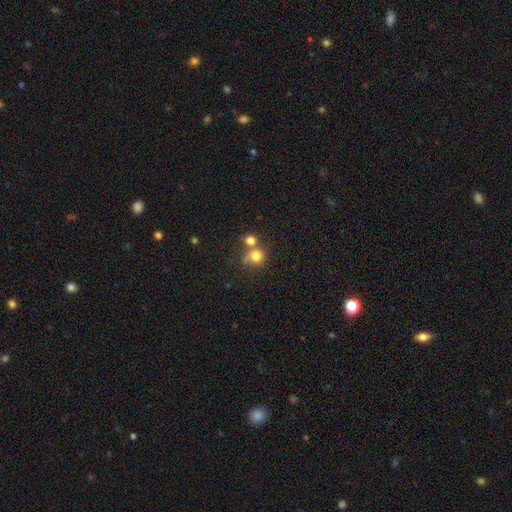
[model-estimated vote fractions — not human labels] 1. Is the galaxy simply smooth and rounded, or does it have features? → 77% smooth, 12% star or artifact, 11% featured or disk.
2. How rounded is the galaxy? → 84% round, 15% in between, 1% cigar-shaped.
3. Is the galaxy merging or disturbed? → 43% none, 42% merger, 10% minor disturbance, 6% major disturbance.